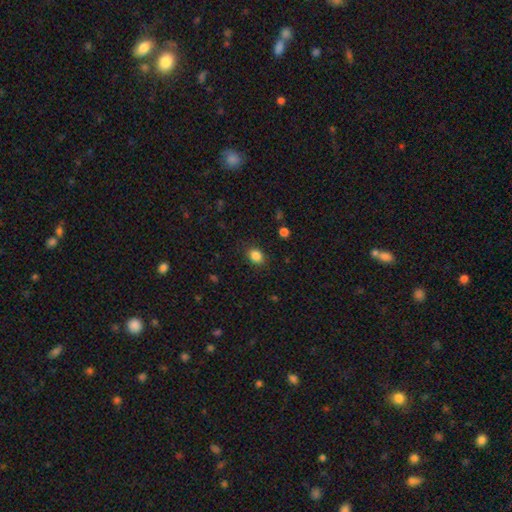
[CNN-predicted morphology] Smooth or featured? Predicted: smooth (p=0.85). How rounded? Predicted: in between (p=0.56). Merging? Predicted: none (p=0.84).